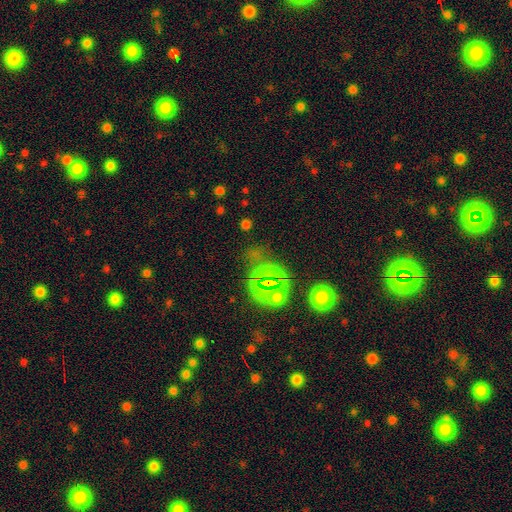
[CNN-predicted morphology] Smooth or featured: star or artifact — 61% (smooth — 31%)